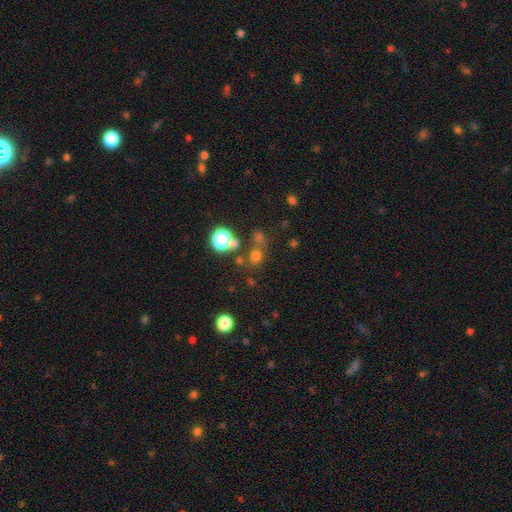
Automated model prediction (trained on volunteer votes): Morphology: type=smooth (63%); roundness=round (85%); merging=none (67%).